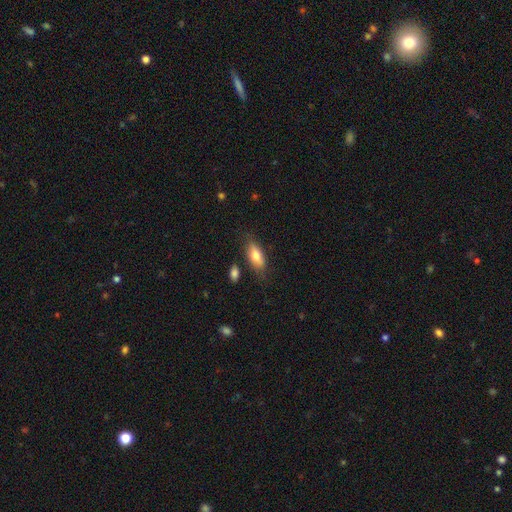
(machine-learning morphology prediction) The model was most divided on "merging": none: 73%, minor disturbance: 18%, merger: 5%, major disturbance: 5%. More confident: how rounded — in between (84%); smooth or featured — smooth (75%).